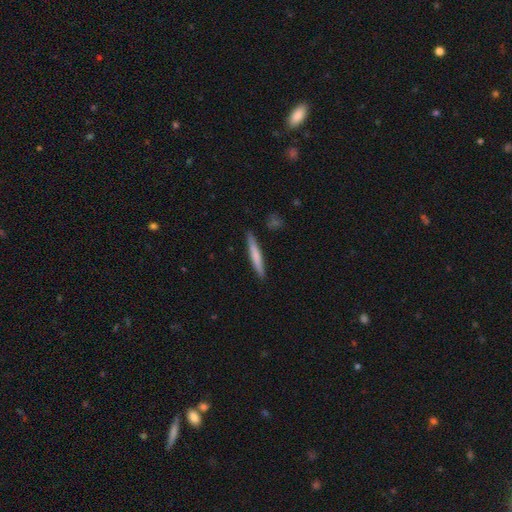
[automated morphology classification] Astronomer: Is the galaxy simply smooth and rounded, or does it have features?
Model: smooth — 68%.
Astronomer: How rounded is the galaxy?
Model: cigar-shaped — 95%.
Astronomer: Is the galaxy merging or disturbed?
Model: none — 89%.